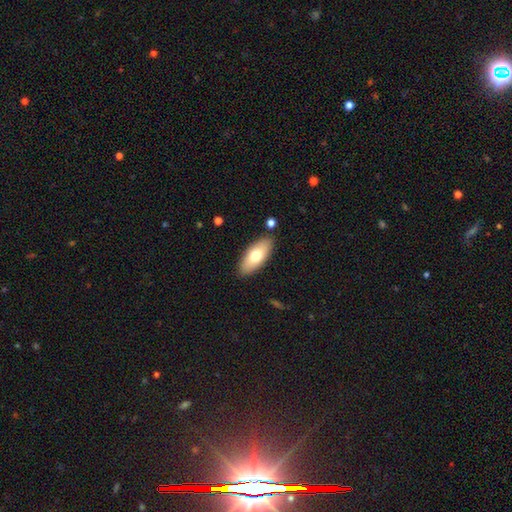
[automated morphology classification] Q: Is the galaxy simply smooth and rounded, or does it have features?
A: smooth — 70%.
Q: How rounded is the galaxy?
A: in between — 86%.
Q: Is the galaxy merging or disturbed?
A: none — 87%.